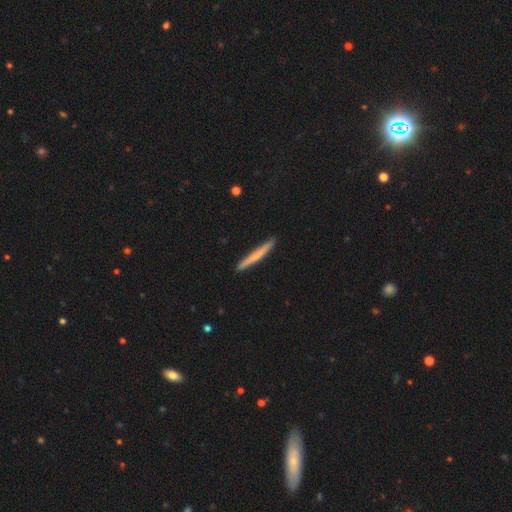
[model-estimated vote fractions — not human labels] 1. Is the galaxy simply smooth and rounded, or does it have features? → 58% smooth, 36% featured or disk, 5% star or artifact.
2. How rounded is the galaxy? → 97% cigar-shaped, 2% in between, 1% round.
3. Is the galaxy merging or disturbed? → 91% none, 6% minor disturbance, 1% major disturbance, 1% merger.